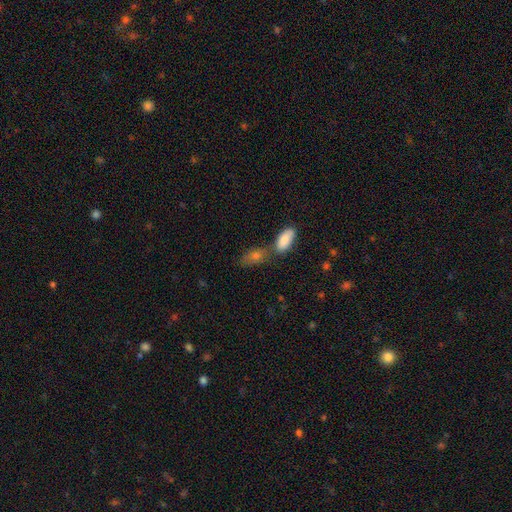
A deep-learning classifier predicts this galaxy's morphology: The model was most divided on "merging": none: 44%, merger: 37%, minor disturbance: 14%, major disturbance: 5%. More confident: how rounded — in between (80%); smooth or featured — smooth (76%).